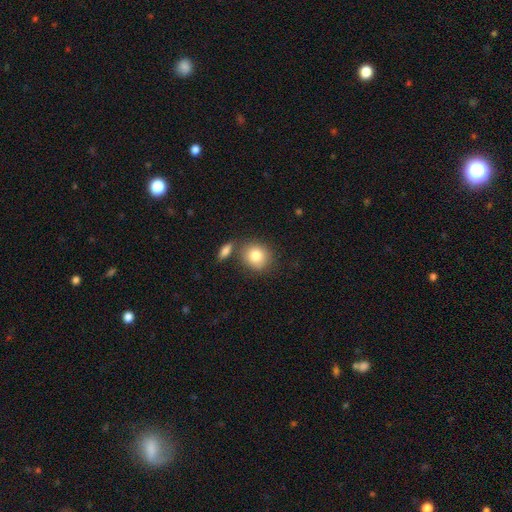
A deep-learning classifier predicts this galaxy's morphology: Q: Smooth or featured?
A: smooth (82%); runner-up: featured or disk (9%)
Q: How rounded?
A: round (73%); runner-up: in between (25%)
Q: Merging?
A: none (67%); runner-up: merger (17%)